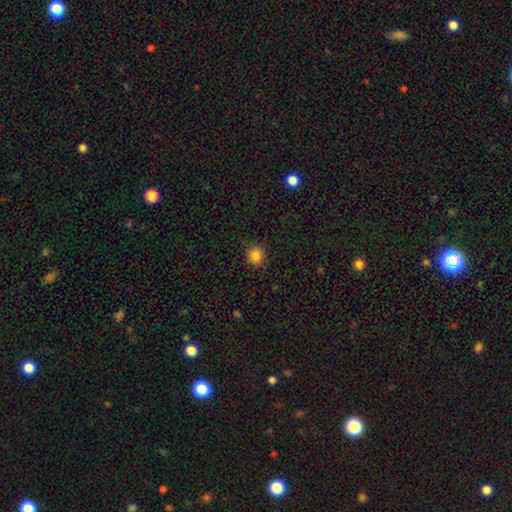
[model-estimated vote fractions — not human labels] Smooth or featured: smooth — 85% (star or artifact — 12%)
How rounded: round — 88% (in between — 11%)
Merging: none — 89% (minor disturbance — 8%)